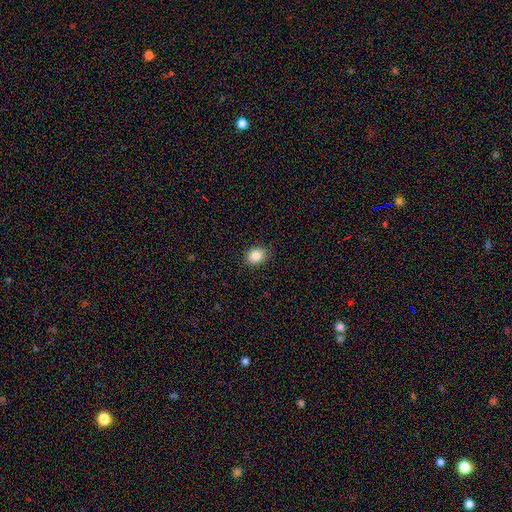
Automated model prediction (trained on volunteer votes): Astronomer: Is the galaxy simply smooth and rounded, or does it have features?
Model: smooth — 86%.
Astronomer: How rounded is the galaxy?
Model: in between — 59% (runner-up: round, 40%).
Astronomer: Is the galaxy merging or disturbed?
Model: none — 88%.